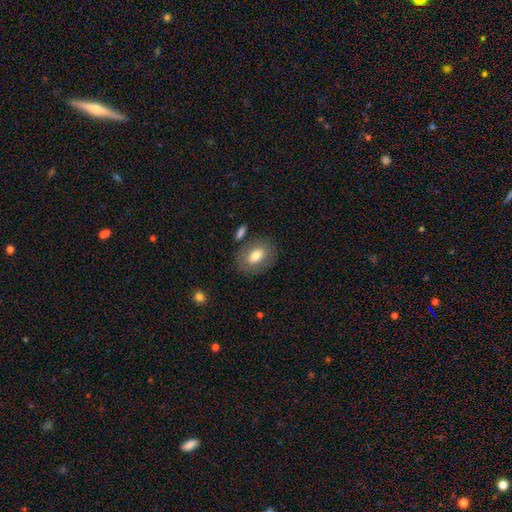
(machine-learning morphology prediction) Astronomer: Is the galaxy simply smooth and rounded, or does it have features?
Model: smooth — 71%.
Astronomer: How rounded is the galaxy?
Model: in between — 78%.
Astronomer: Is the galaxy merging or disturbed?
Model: none — 78%.